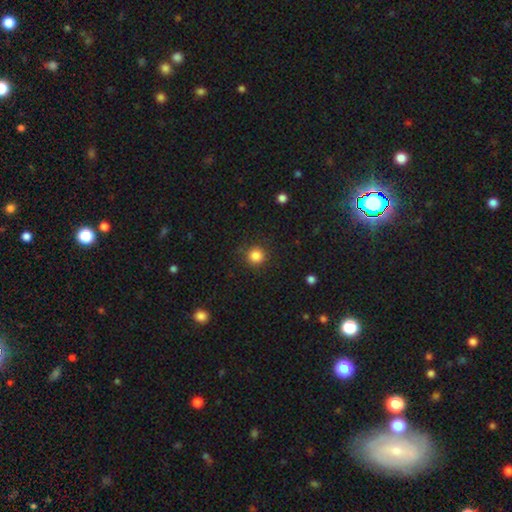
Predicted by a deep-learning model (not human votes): smooth 85%, star or artifact 12%, featured or disk 4%. Down the decision tree: how rounded — round (94%); merging — none (89%).